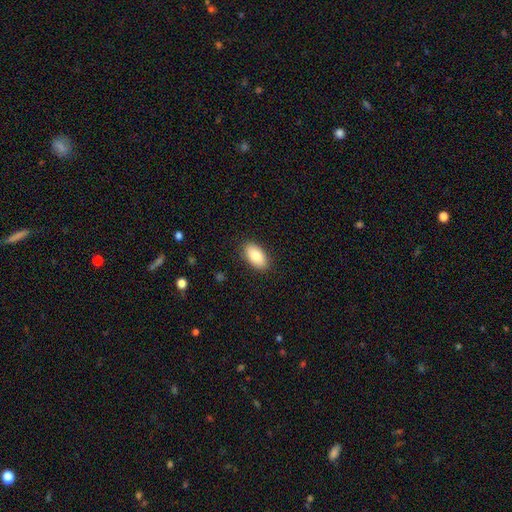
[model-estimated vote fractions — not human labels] Smooth or featured?
  - smooth: 86% *
  - featured or disk: 7%
  - star or artifact: 6%
How rounded?
  - in between: 94% *
  - round: 3%
  - cigar-shaped: 3%
Merging?
  - none: 87% *
  - minor disturbance: 10%
  - major disturbance: 2%
  - merger: 1%